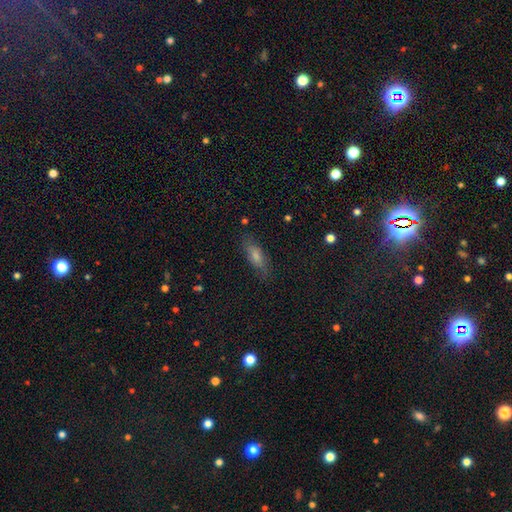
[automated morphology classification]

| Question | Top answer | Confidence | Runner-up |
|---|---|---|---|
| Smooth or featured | smooth | 53% | featured or disk (29%) |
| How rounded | in between | 52% | cigar-shaped (44%) |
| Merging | none | 80% | minor disturbance (14%) |